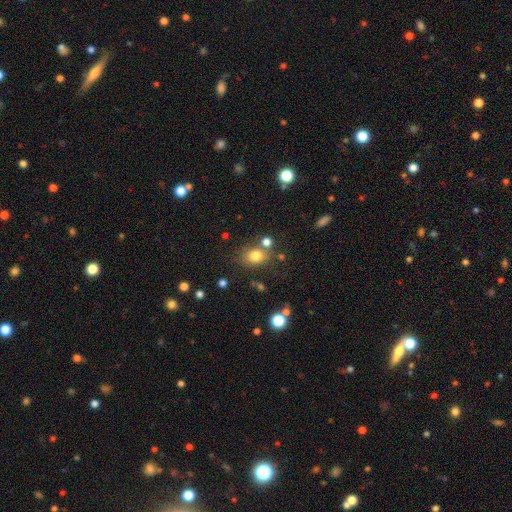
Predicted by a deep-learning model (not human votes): This appears to be a smooth galaxy with no disk features (77%) that is in between round and cigar-shaped (55%). Merging: none (70%).